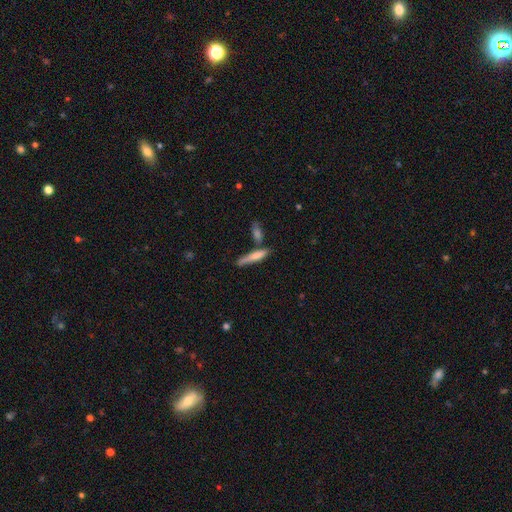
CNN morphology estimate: A smooth galaxy with no disk features (70%) that is cigar-shaped (86%). Merging: none (62%).